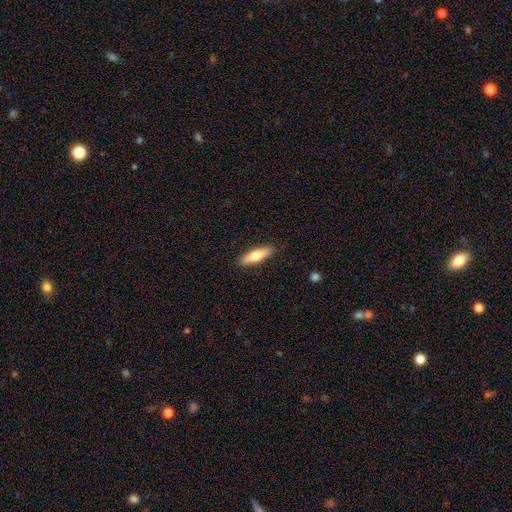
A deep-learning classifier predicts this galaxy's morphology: This is likely a smooth galaxy (61%). How rounded: likely cigar-shaped (65%). Merging: clearly none (89%).